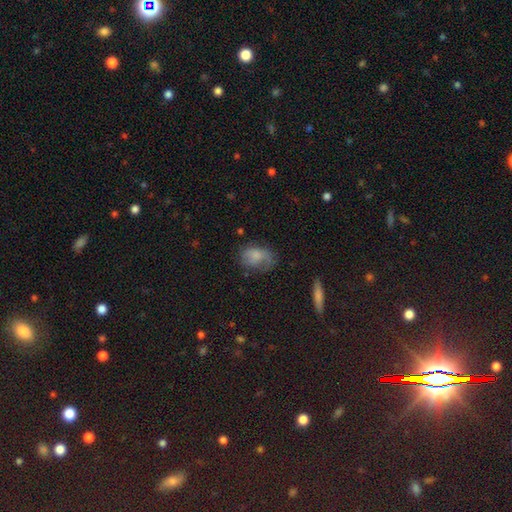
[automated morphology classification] smooth 68%, featured or disk 22%, star or artifact 10%. Down the decision tree: how rounded — in between (76%); merging — none (43%).